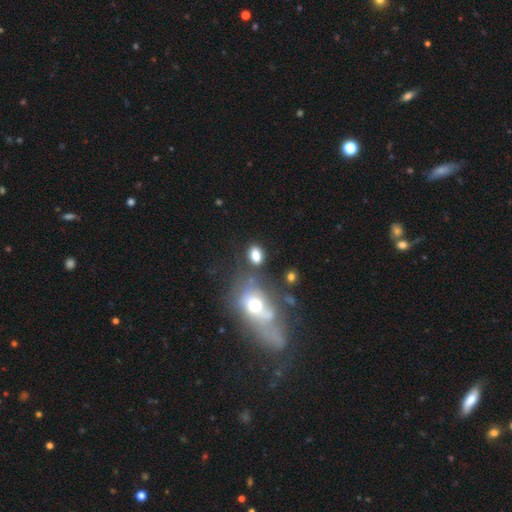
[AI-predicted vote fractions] This is likely a smooth galaxy (80%). How rounded: likely in between (77%). Merging: likely none (68%).